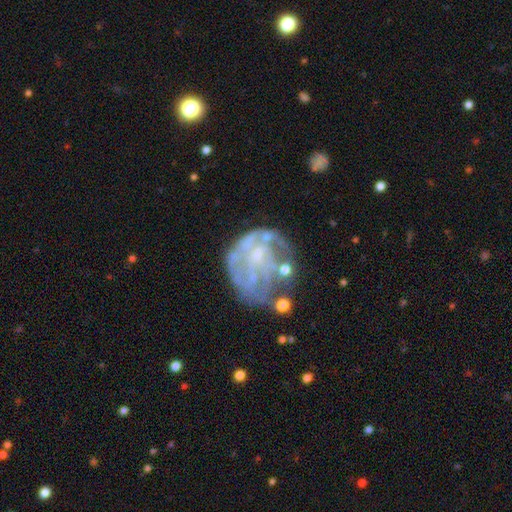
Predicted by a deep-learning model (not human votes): smooth_or_featured: featured or disk (p=0.72) [alt: smooth p=0.18]
disk_edge_on: no (p=0.98) [alt: yes p=0.02]
bar: no (p=0.75) [alt: weak p=0.20]
has_spiral_arms: no (p=0.54) [alt: yes p=0.46]
bulge_size: small (p=0.50) [alt: none p=0.32]
merging: none (p=0.43) [alt: major disturbance p=0.27]